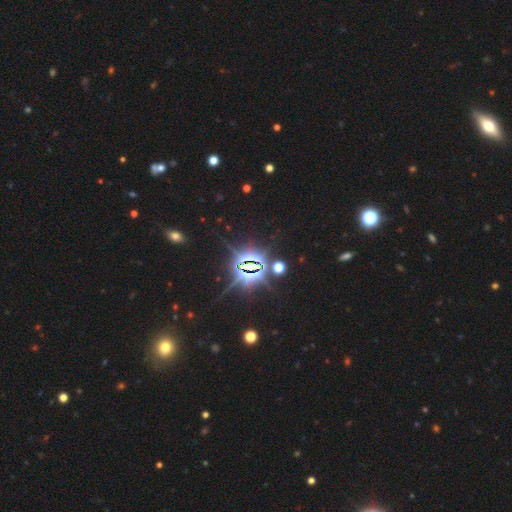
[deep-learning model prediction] This is clearly a star or artifact rather than a galaxy (83%).